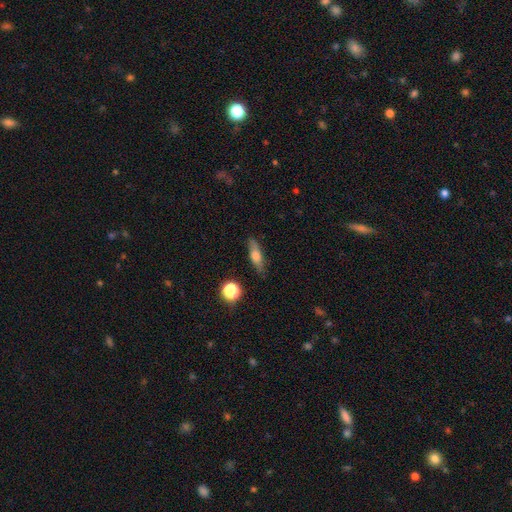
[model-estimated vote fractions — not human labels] Smooth or featured: smooth — 59% (featured or disk — 32%)
How rounded: cigar-shaped — 55% (in between — 39%)
Merging: none — 84% (minor disturbance — 12%)